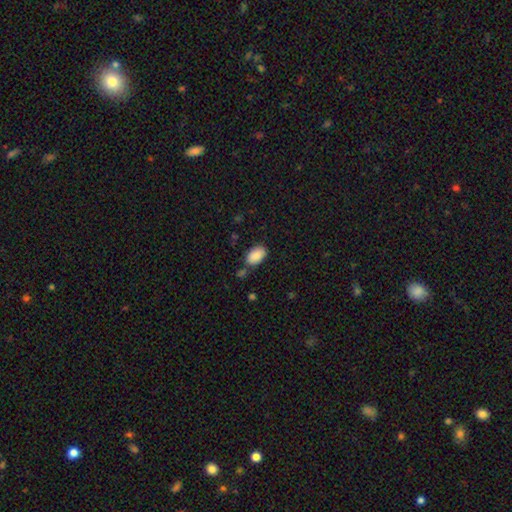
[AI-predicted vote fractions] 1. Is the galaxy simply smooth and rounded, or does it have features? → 89% smooth, 7% star or artifact, 5% featured or disk.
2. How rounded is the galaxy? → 94% in between, 5% round, 1% cigar-shaped.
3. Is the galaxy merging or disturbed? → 73% none, 15% minor disturbance, 8% merger, 4% major disturbance.